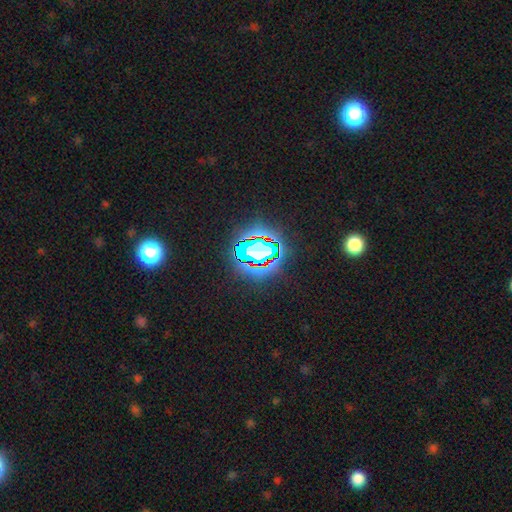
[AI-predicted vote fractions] The model was most divided on "smooth or featured": star or artifact: 66%, smooth: 20%, featured or disk: 14%.